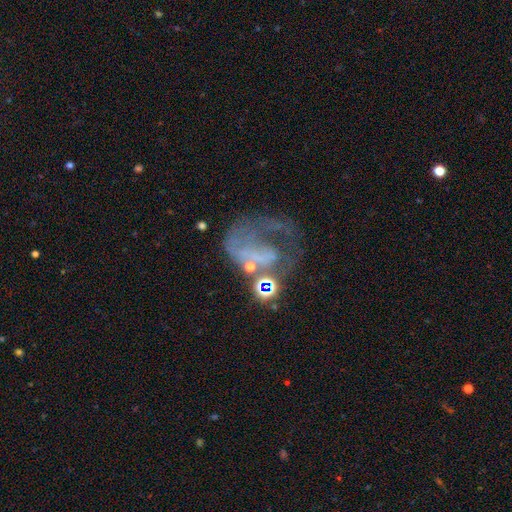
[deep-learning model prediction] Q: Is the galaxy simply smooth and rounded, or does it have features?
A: featured or disk — 57%.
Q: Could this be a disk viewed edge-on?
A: no — 97%.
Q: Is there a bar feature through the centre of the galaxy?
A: no — 73%.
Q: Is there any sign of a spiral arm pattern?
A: no — 58%.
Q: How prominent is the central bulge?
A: none — 59%.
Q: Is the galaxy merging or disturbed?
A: major disturbance — 51%.